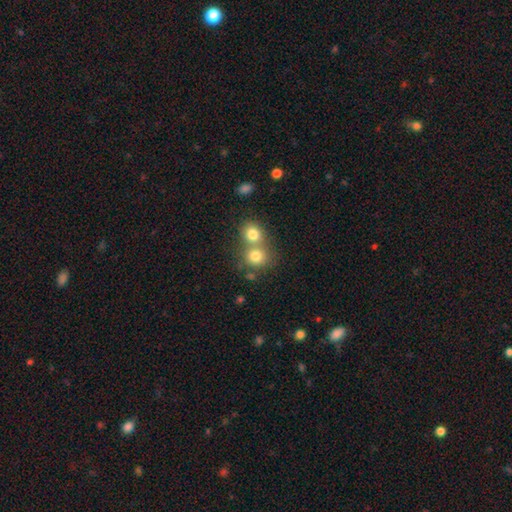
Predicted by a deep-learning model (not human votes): A smooth galaxy with no disk features (78%) that is round (83%).

Vote fractions:
- Smooth or featured? smooth: 78% / star or artifact: 12% / featured or disk: 10%
- How rounded? round: 83% / in between: 16% / cigar-shaped: 1%
- Merging? merger: 51% / none: 41% / minor disturbance: 6% / major disturbance: 3%